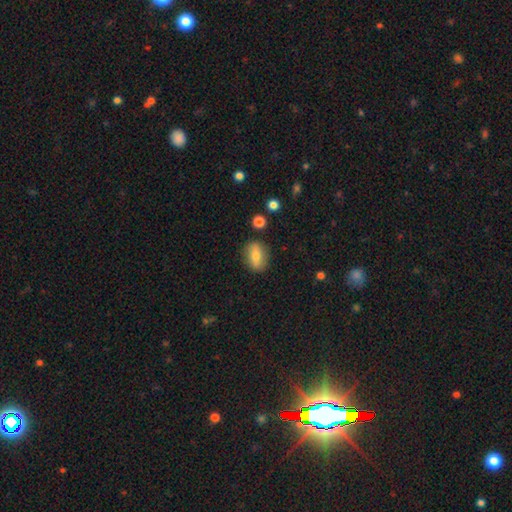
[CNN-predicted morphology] A smooth galaxy with no disk features (70%) that is in between round and cigar-shaped (74%).

Vote fractions:
- Smooth or featured? smooth: 70% / featured or disk: 22% / star or artifact: 8%
- How rounded? in between: 74% / round: 21% / cigar-shaped: 5%
- Merging? none: 84% / minor disturbance: 11% / major disturbance: 3% / merger: 2%